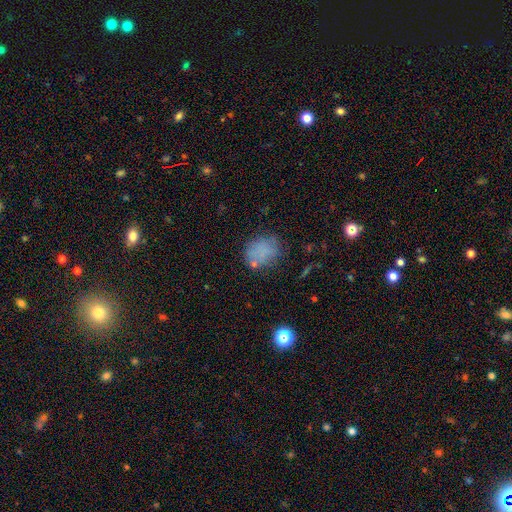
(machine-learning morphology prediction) smooth_or_featured: smooth (p=0.74) [alt: star or artifact p=0.14]
how_rounded: round (p=0.60) [alt: in between p=0.39]
merging: none (p=0.69) [alt: minor disturbance p=0.18]